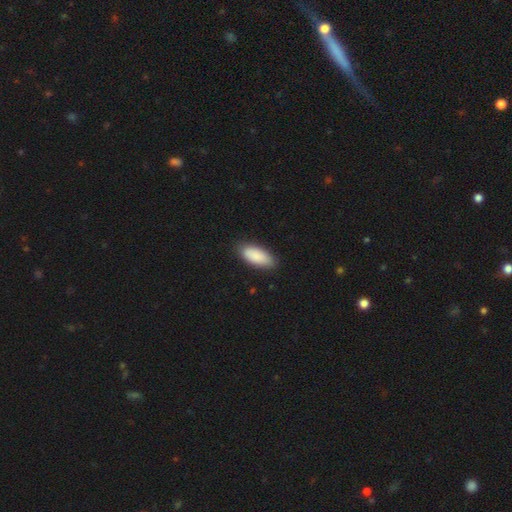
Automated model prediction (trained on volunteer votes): This appears to be a smooth galaxy with no disk features (89%) that is in between round and cigar-shaped (87%). Merging: none (84%).